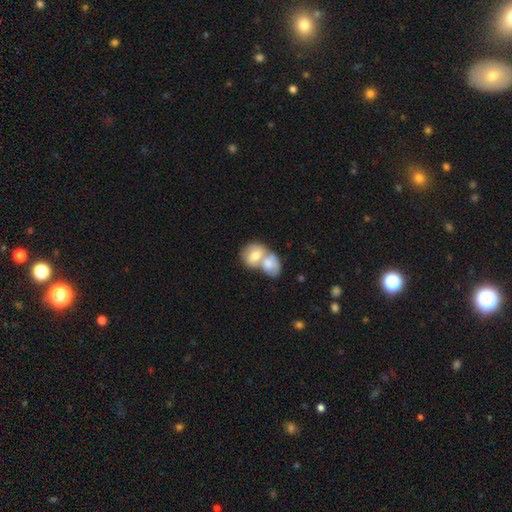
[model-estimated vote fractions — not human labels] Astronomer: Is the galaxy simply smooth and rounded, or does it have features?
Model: smooth — 72%.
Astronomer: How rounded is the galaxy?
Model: in between — 58% (runner-up: round, 41%).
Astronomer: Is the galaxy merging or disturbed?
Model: merger — 76%.